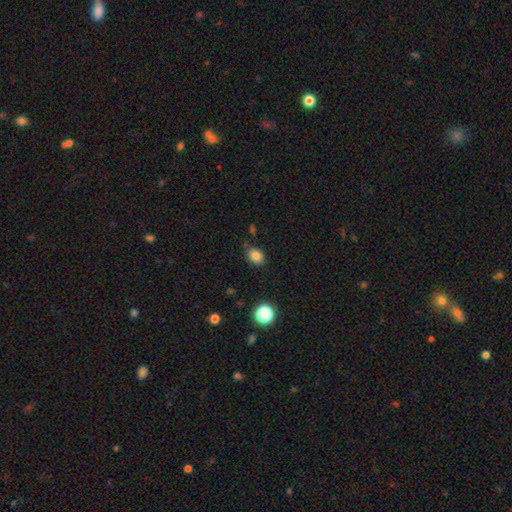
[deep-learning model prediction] smooth_or_featured: smooth (p=0.83) [alt: star or artifact p=0.12]
how_rounded: in between (p=0.65) [alt: round p=0.34]
merging: none (p=0.77) [alt: minor disturbance p=0.16]